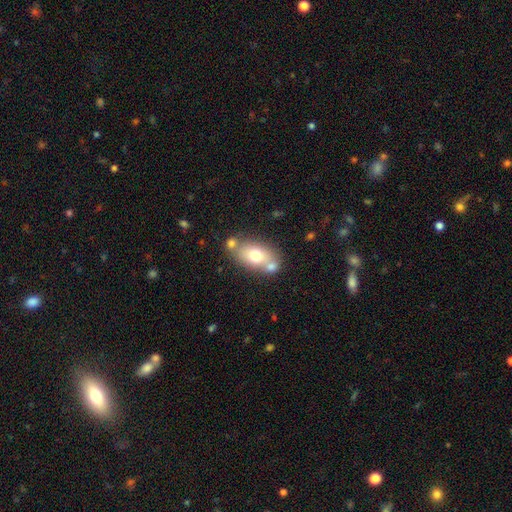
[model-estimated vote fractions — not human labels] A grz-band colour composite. It shows a smooth galaxy with no disk features (66%) that is in between round and cigar-shaped (84%). Merging: none (54%).